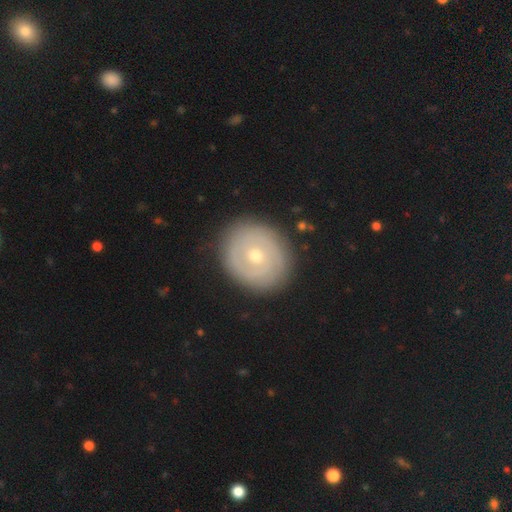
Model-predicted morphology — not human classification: This appears to be a featured or disk galaxy (68%) with no bar (79%), spiral arms (64%) and a small central bulge (50%). Merging: none (86%).